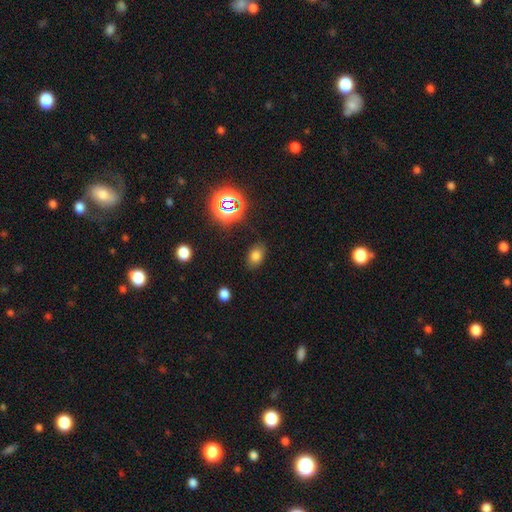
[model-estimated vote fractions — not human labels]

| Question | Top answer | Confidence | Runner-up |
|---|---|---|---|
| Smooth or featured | smooth | 72% | star or artifact (19%) |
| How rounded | in between | 81% | round (18%) |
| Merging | none | 82% | minor disturbance (12%) |